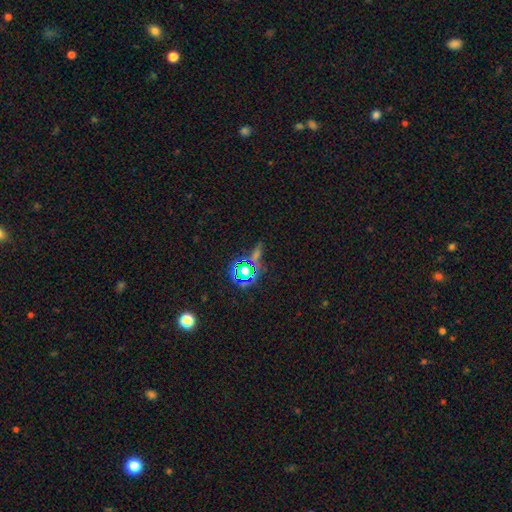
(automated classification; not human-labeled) Smooth or featured? Predicted: star or artifact (p=0.69).